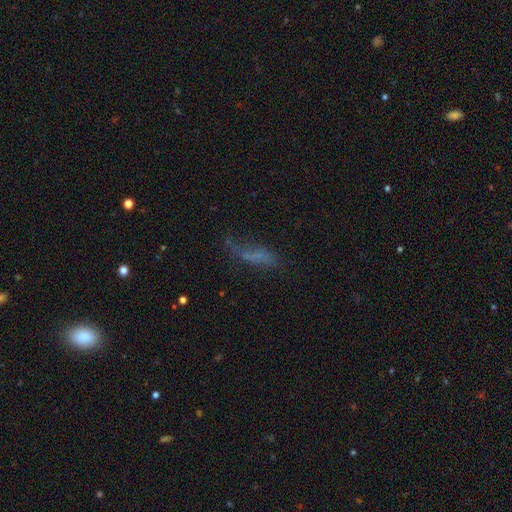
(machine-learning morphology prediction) smooth-or-featured: smooth: 48% | featured or disk: 34% | star or artifact: 18%
  merging: none: 41% | major disturbance: 30% | minor disturbance: 24% | merger: 5%